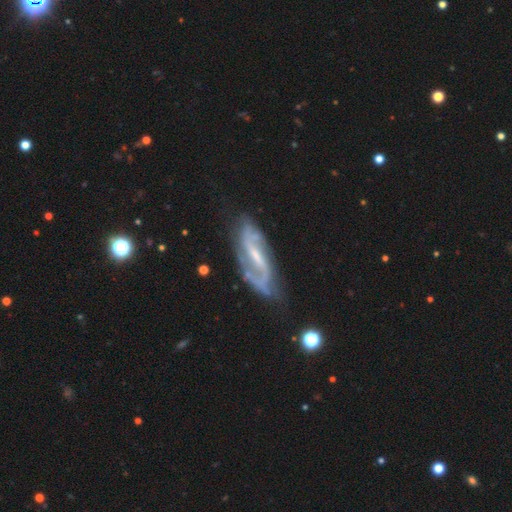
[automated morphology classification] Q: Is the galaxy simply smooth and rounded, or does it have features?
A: featured or disk — 86%.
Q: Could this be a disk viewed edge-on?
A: no — 91%.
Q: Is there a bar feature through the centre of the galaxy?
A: weak — 48%.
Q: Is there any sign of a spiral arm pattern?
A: yes — 95%.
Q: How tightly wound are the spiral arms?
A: medium — 48%.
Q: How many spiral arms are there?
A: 2 — 82%.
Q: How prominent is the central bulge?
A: small — 55%.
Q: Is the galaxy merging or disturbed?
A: none — 68%.